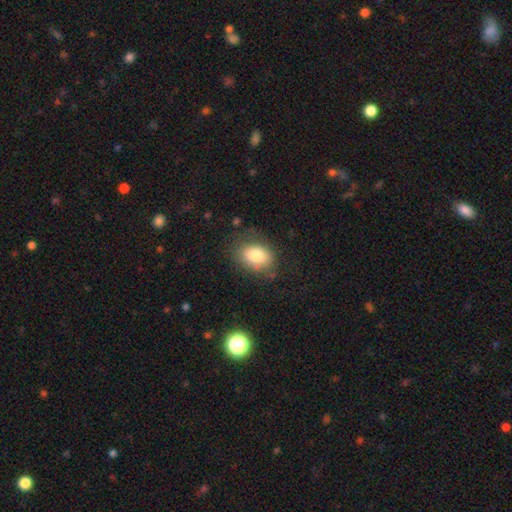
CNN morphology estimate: Overall: smooth (81%). How rounded: in between (75%). Merging: none (73%).